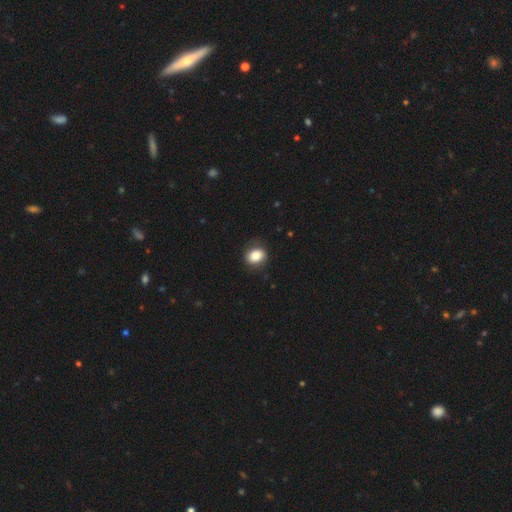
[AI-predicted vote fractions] A smooth galaxy with no disk features (82%) that is round (54%).

Vote fractions:
- Smooth or featured? smooth: 82% / featured or disk: 9% / star or artifact: 9%
- How rounded? round: 54% / in between: 45% / cigar-shaped: 1%
- Merging? none: 84% / minor disturbance: 12% / major disturbance: 3% / merger: 1%